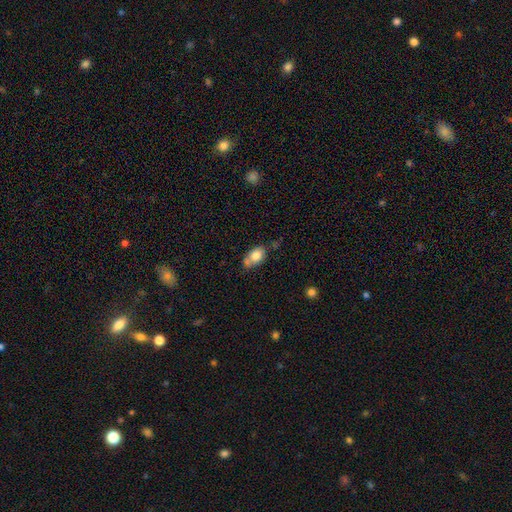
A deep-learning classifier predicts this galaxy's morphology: type=smooth (79%); roundness=in between (83%); merging=none (48%).